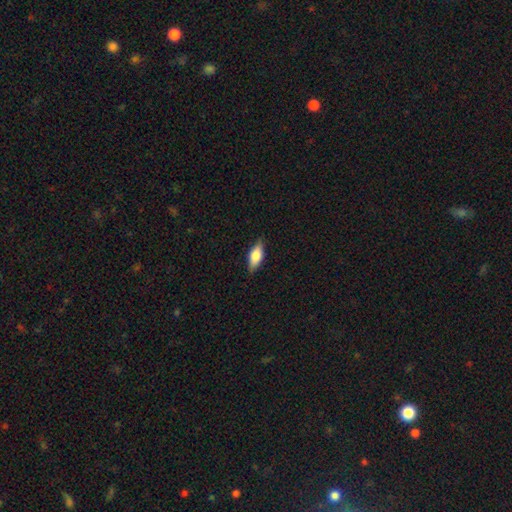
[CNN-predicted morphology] Smooth or featured? smooth (72%)
How rounded? in between (78%)
Merging? none (84%)